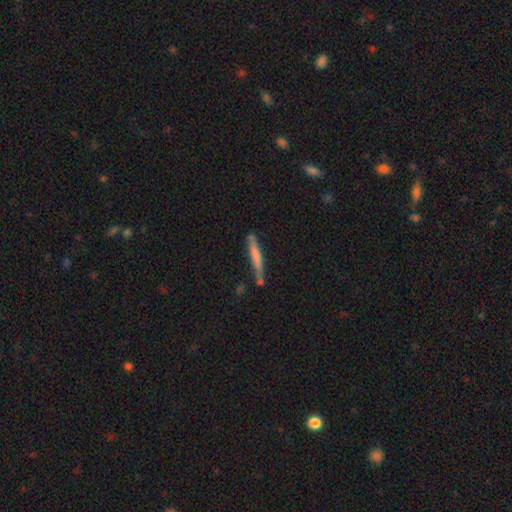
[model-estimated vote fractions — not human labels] A smooth galaxy with no disk features (64%) that is cigar-shaped (94%).

Vote fractions:
- Smooth or featured? smooth: 64% / featured or disk: 30% / star or artifact: 7%
- How rounded? cigar-shaped: 94% / in between: 5% / round: 1%
- Merging? none: 61% / minor disturbance: 21% / merger: 12% / major disturbance: 6%